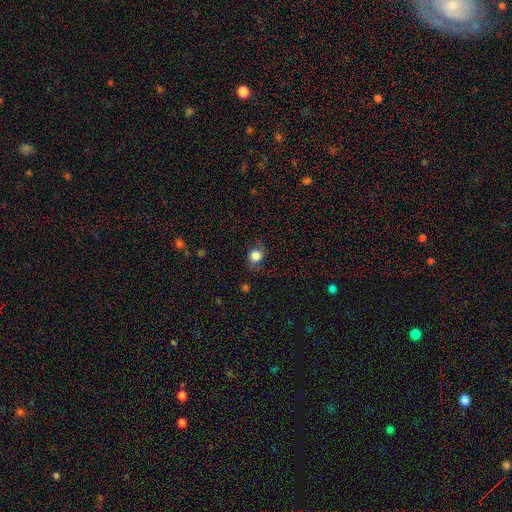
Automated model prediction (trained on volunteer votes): The model was most divided on "how rounded": round: 74%, in between: 25%, cigar-shaped: 1%. More confident: smooth or featured — smooth (80%); merging — none (73%).